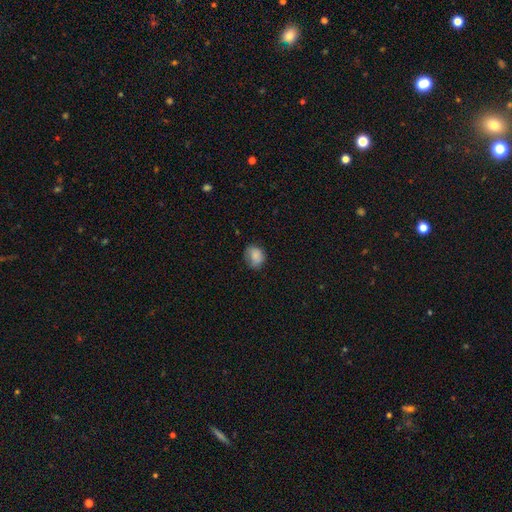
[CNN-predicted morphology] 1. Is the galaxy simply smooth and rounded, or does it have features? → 82% smooth, 9% featured or disk, 9% star or artifact.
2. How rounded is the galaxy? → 59% round, 40% in between, 1% cigar-shaped.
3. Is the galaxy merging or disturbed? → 65% none, 26% minor disturbance, 8% major disturbance, 1% merger.